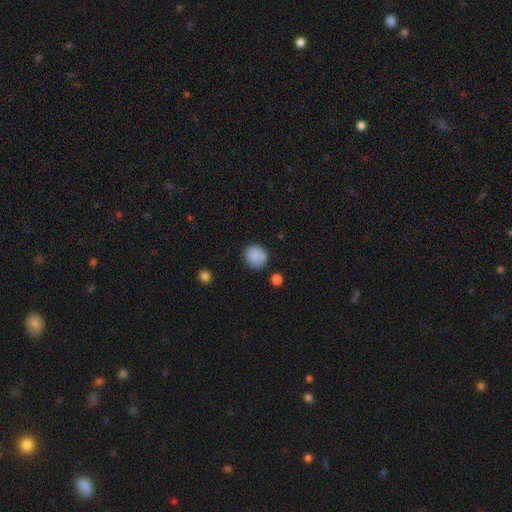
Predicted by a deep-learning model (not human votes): smooth 86%, star or artifact 9%, featured or disk 5%. Down the decision tree: how rounded — round (86%); merging — none (78%).